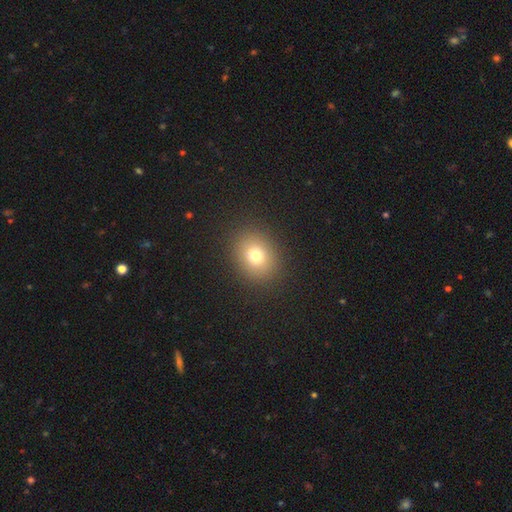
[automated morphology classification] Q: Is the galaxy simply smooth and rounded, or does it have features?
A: smooth — 75%.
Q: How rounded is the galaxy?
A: round — 63%.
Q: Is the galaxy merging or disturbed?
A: none — 89%.